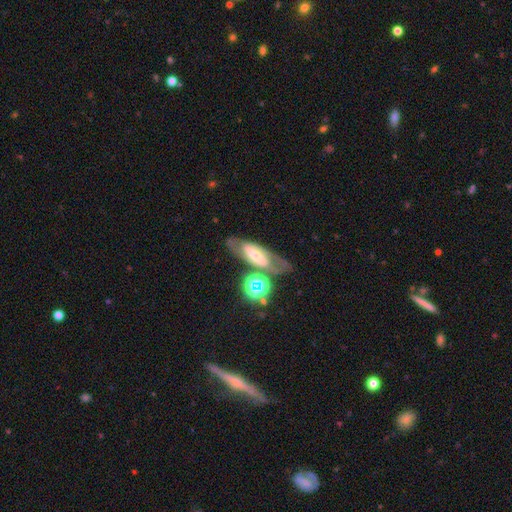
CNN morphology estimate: A featured or disk galaxy (61%) with a strong bar (38%), spiral arms (69%) and a small central bulge (48%).

Vote fractions:
- Smooth or featured? featured or disk: 61% / smooth: 25% / star or artifact: 14%
- Edge-on disk? no: 83% / yes: 17%
- Bar? strong: 38% / weak: 33% / no: 30%
- Spiral arms? yes: 69% / no: 31%
- Bulge size? small: 48% / moderate: 37% / large: 8% / none: 5% / dominant: 2%
- Merging? none: 59% / minor disturbance: 17% / merger: 13% / major disturbance: 11%